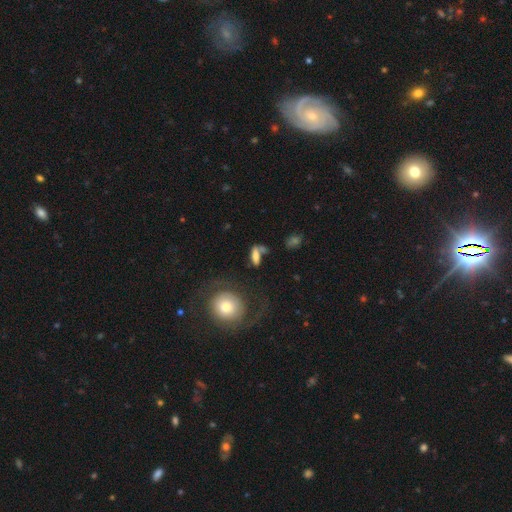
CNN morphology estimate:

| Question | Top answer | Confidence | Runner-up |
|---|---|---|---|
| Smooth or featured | smooth | 67% | featured or disk (22%) |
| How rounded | in between | 59% | cigar-shaped (32%) |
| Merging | none | 41% | merger (22%) |